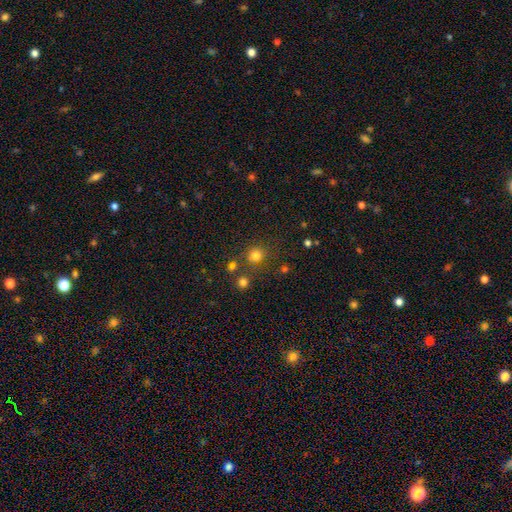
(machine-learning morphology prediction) A smooth galaxy with no disk features (76%) that is round (86%). Merging: none (74%).